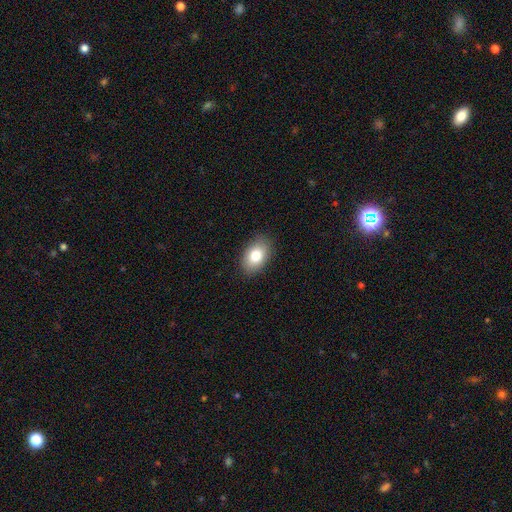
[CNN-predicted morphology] This appears to be a smooth galaxy with no disk features (80%) that is in between round and cigar-shaped (86%). Merging: none (88%).